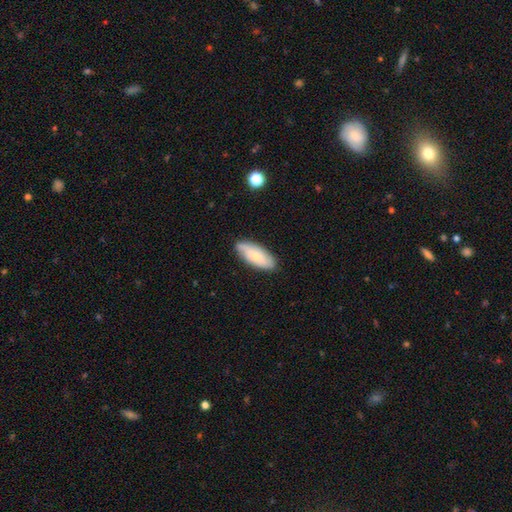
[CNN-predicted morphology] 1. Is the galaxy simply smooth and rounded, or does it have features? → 60% smooth, 34% featured or disk, 6% star or artifact.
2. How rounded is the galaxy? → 81% in between, 17% cigar-shaped, 2% round.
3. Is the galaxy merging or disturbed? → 80% none, 16% minor disturbance, 3% major disturbance, 1% merger.